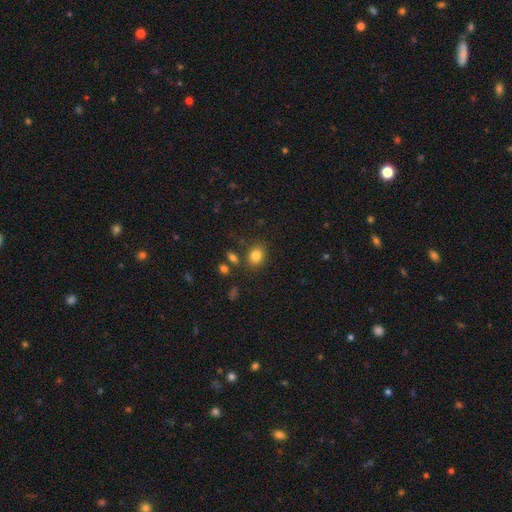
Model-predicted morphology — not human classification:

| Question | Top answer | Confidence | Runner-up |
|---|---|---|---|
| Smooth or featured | smooth | 83% | star or artifact (10%) |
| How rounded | in between | 56% | round (43%) |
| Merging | none | 79% | minor disturbance (11%) |